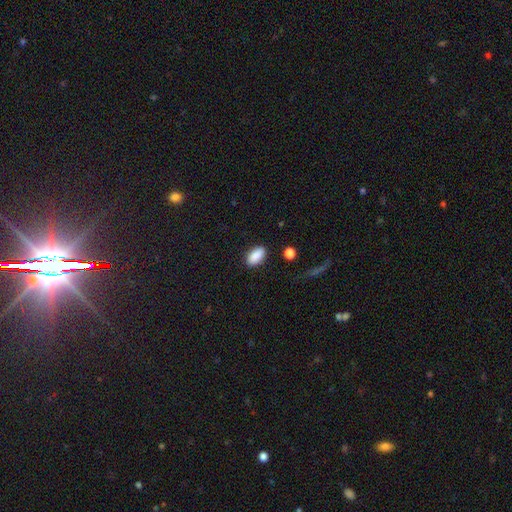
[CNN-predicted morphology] This appears to be a smooth galaxy with no disk features (89%) that is in between round and cigar-shaped (92%). Merging: none (86%).